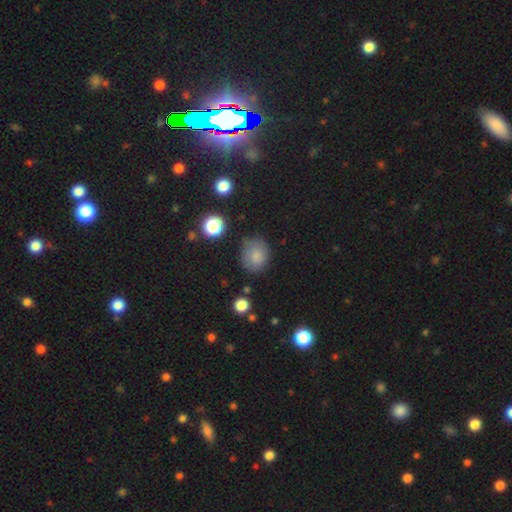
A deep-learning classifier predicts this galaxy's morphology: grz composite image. It shows a smooth galaxy with no disk features (79%) that is round (65%). Merging: none (64%).